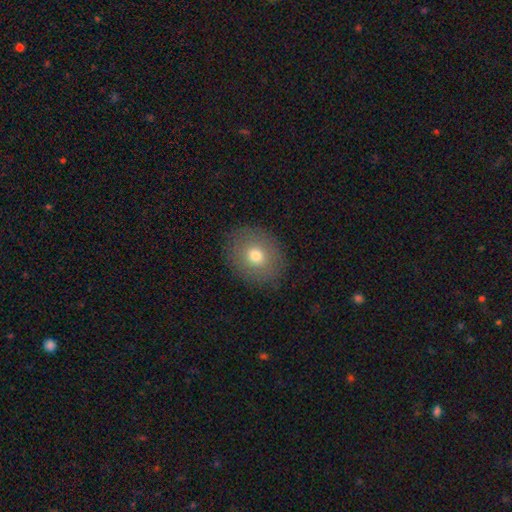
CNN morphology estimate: The model was most divided on "how rounded": round: 58%, in between: 41%, cigar-shaped: 1%. More confident: merging — none (87%); smooth or featured — smooth (73%).